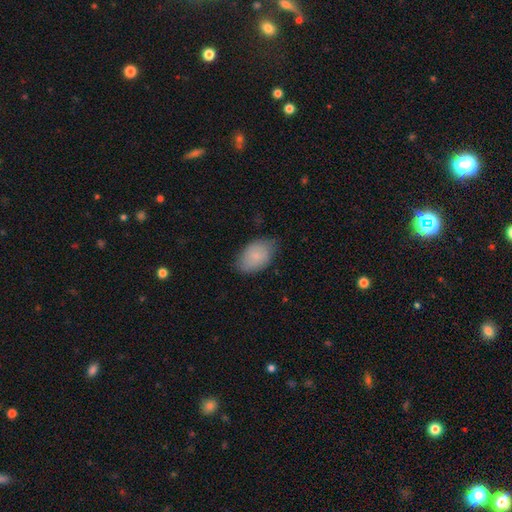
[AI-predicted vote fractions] A smooth galaxy with no disk features (80%) that is in between round and cigar-shaped (90%).

Vote fractions:
- Smooth or featured? smooth: 80% / featured or disk: 13% / star or artifact: 7%
- How rounded? in between: 90% / round: 9% / cigar-shaped: 1%
- Merging? none: 73% / minor disturbance: 22% / major disturbance: 4% / merger: 1%